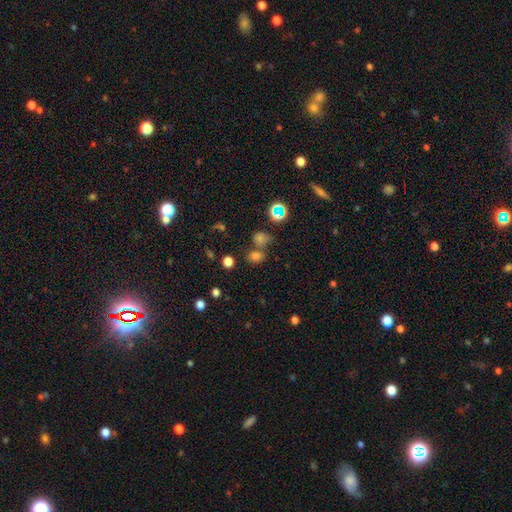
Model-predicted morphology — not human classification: type=smooth (68%); roundness=round (53%); merging=none (55%).